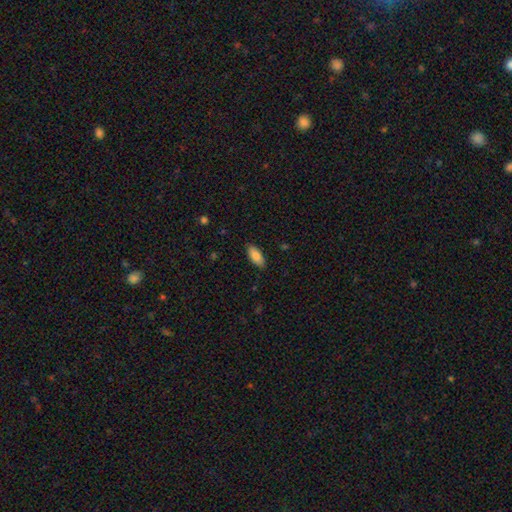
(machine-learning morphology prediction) smooth-or-featured: smooth: 86% | featured or disk: 8% | star or artifact: 6%
  how-rounded: in between: 86% | cigar-shaped: 12% | round: 2%
  merging: none: 88% | minor disturbance: 9% | major disturbance: 2% | merger: 1%